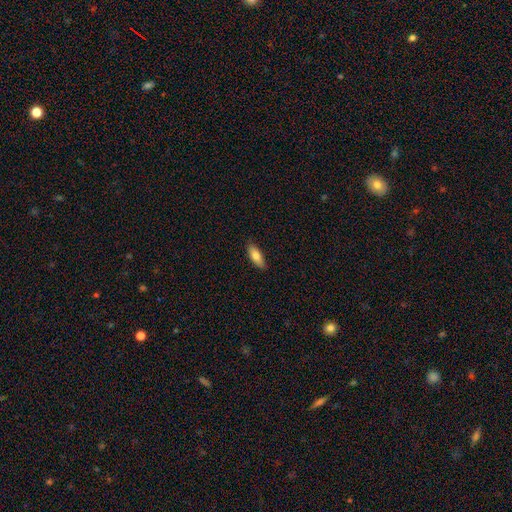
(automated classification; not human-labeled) Smooth or featured? Predicted: smooth (p=0.80). How rounded? Predicted: in between (p=0.67). Merging? Predicted: none (p=0.86).